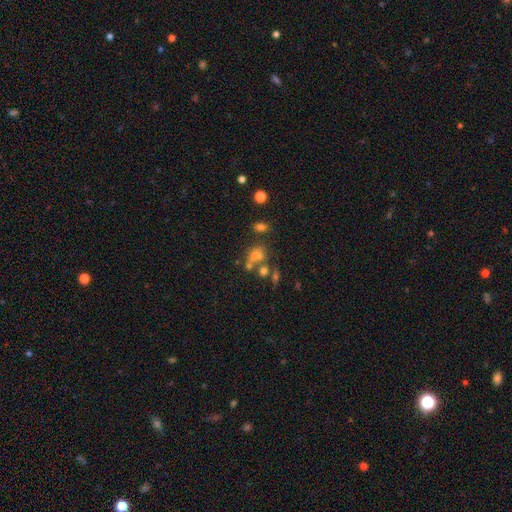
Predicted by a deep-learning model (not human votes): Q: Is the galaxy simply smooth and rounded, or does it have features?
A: smooth — 48%.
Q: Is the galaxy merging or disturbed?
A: none — 38%.